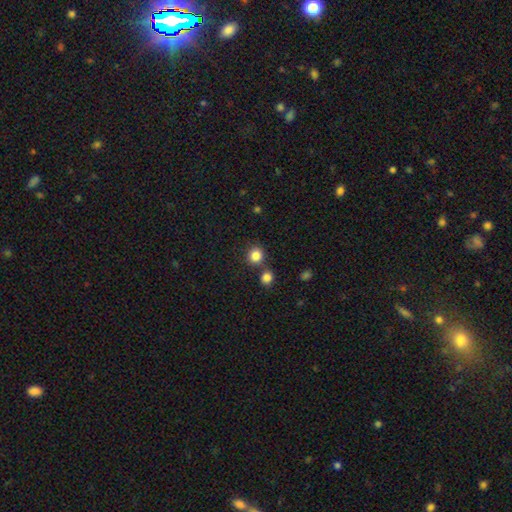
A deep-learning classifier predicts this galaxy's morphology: Overall: smooth (84%). How rounded: round (86%). Merging: none (72%).